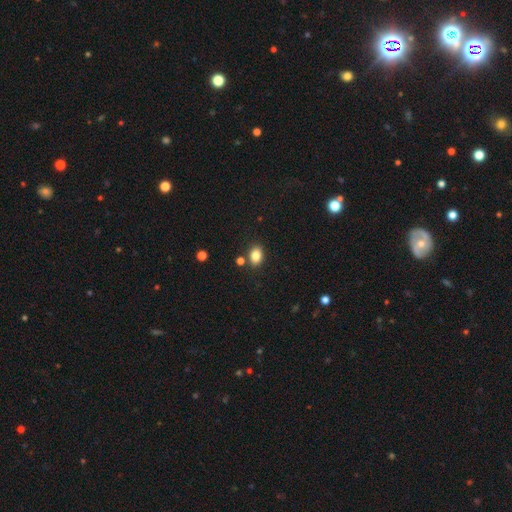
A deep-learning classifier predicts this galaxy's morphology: Q: Smooth or featured?
A: smooth (84%); runner-up: star or artifact (10%)
Q: How rounded?
A: in between (70%); runner-up: round (29%)
Q: Merging?
A: none (81%); runner-up: minor disturbance (10%)